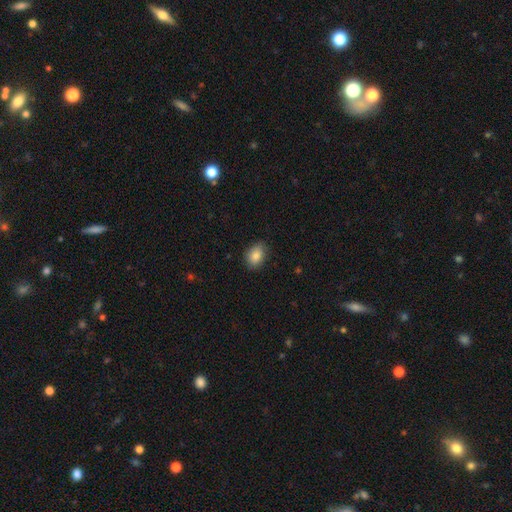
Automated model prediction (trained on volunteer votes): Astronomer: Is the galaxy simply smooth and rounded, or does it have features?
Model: smooth — 86%.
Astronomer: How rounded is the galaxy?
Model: in between — 77%.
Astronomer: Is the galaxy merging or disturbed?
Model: none — 80%.